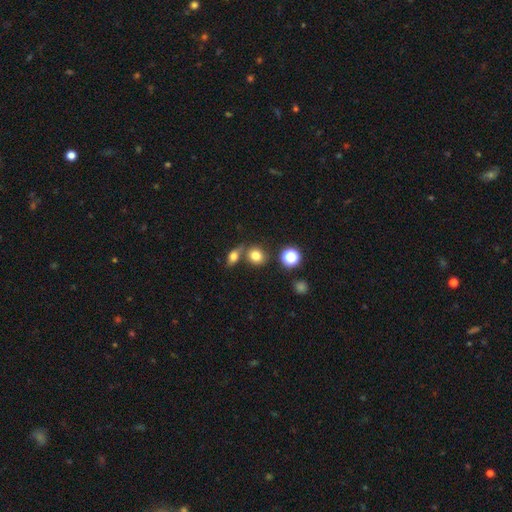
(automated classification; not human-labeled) Overall: smooth (78%). How rounded: round (69%; in between 30%). Merging: none (61%; merger 24%).